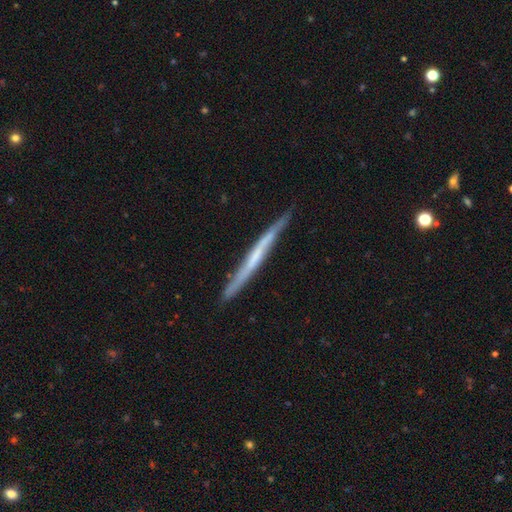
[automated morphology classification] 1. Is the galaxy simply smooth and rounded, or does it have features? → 63% featured or disk, 31% smooth, 6% star or artifact.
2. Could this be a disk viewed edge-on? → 94% yes, 6% no.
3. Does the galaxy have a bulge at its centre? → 77% none, 14% rounded, 9% boxy.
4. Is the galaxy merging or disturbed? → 83% none, 13% minor disturbance, 2% major disturbance, 2% merger.